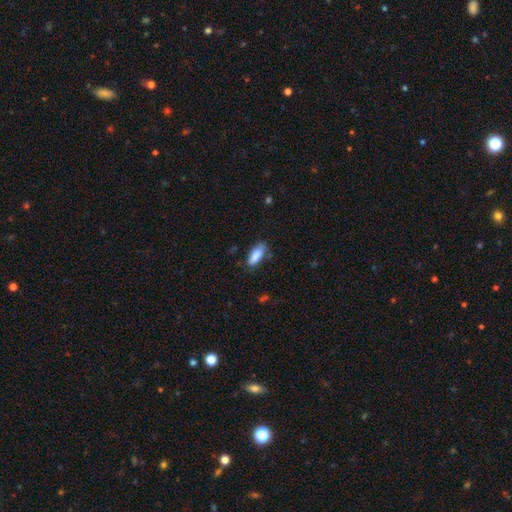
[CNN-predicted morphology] smooth-or-featured: smooth: 85% | featured or disk: 8% | star or artifact: 7%
  how-rounded: in between: 79% | cigar-shaped: 19% | round: 2%
  merging: none: 69% | minor disturbance: 23% | major disturbance: 5% | merger: 3%